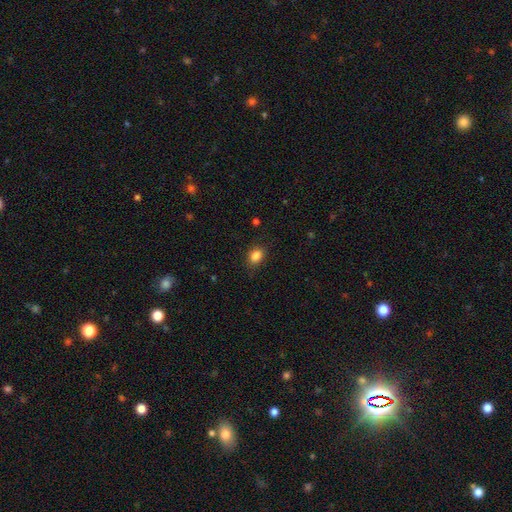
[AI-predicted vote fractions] This is clearly a smooth galaxy (86%). How rounded: likely in between (67%). Merging: clearly none (83%).